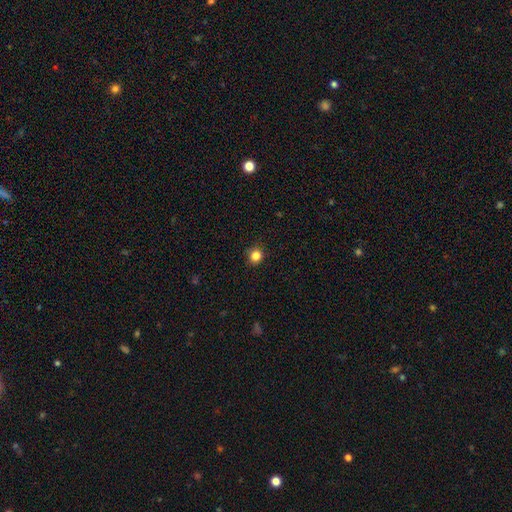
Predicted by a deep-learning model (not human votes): smooth-or-featured: smooth: 84% | star or artifact: 12% | featured or disk: 4%
  how-rounded: round: 87% | in between: 12% | cigar-shaped: 1%
  merging: none: 88% | minor disturbance: 9% | major disturbance: 2% | merger: 1%